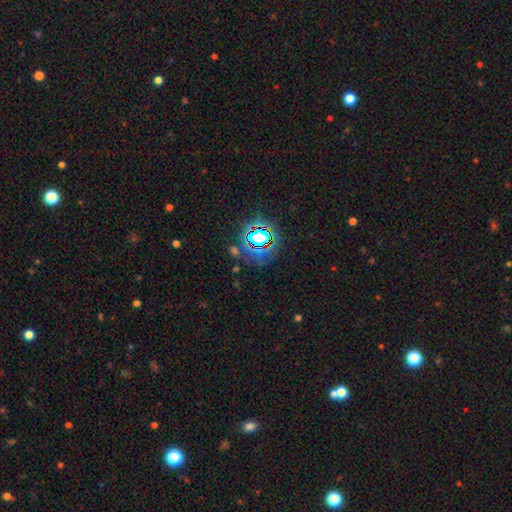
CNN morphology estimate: A star or artifact, not a galaxy (72%).